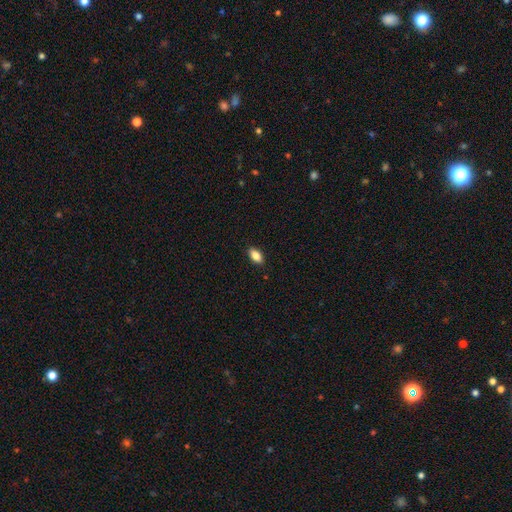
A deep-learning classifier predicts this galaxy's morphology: type=smooth (84%); roundness=in between (89%); merging=none (89%).